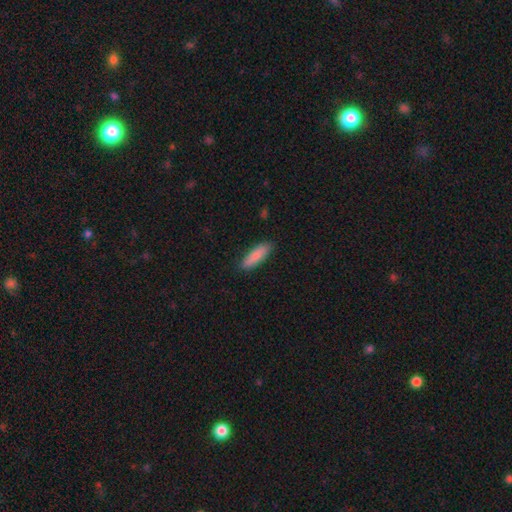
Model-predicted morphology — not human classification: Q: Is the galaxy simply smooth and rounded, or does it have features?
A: smooth — 83%.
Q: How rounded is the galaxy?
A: cigar-shaped — 55%.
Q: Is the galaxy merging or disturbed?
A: none — 87%.